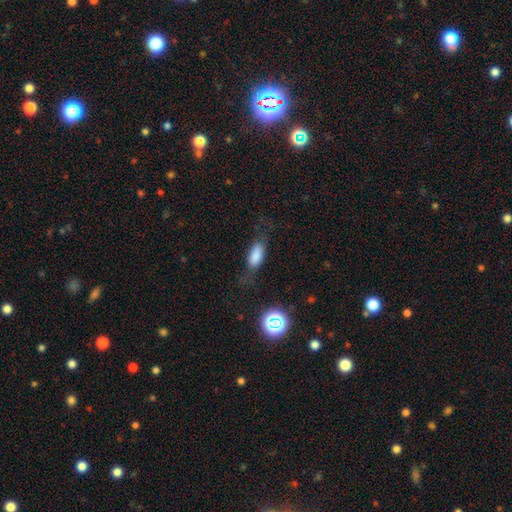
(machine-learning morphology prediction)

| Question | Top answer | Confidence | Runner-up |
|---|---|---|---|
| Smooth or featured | smooth | 78% | featured or disk (11%) |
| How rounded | in between | 78% | cigar-shaped (18%) |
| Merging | none | 59% | minor disturbance (24%) |